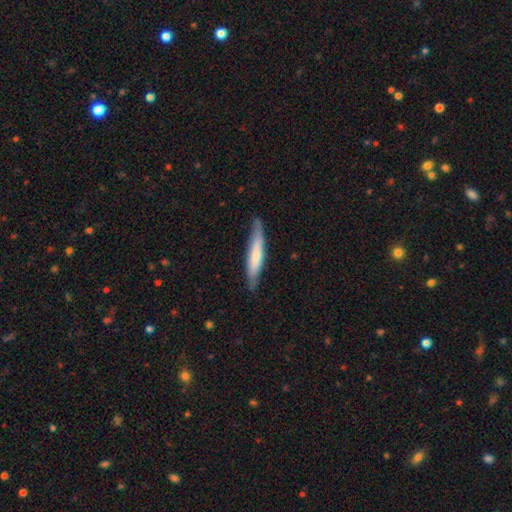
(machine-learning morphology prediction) A smooth galaxy with no disk features (64%) that is cigar-shaped (91%). Merging: none (82%).